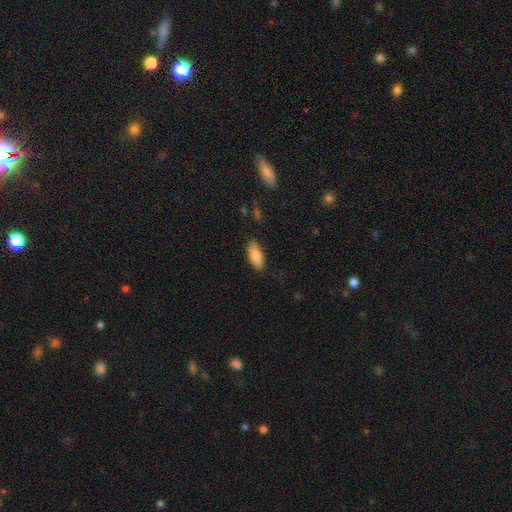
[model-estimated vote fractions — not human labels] Smooth or featured: smooth — 86% (featured or disk — 7%)
How rounded: in between — 83% (cigar-shaped — 15%)
Merging: none — 86% (minor disturbance — 11%)